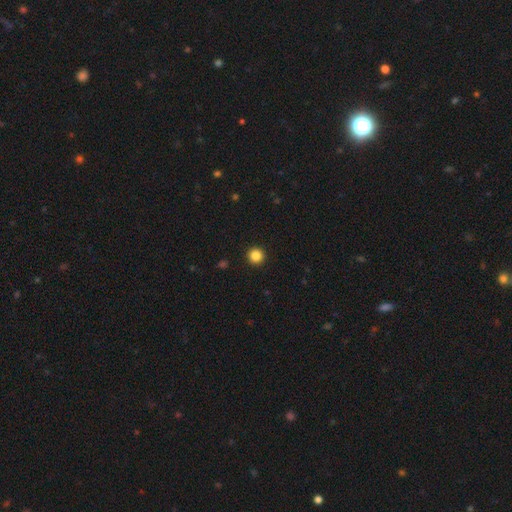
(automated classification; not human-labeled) Morphology: type=smooth (85%); roundness=round (96%); merging=none (93%).